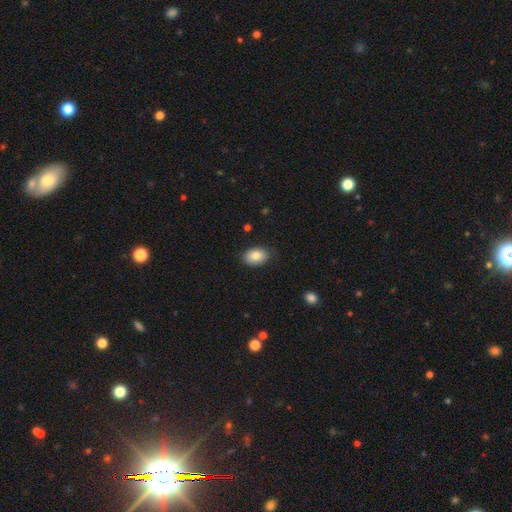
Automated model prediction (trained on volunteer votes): Smooth or featured? smooth (83%)
How rounded? in between (83%)
Merging? none (81%)